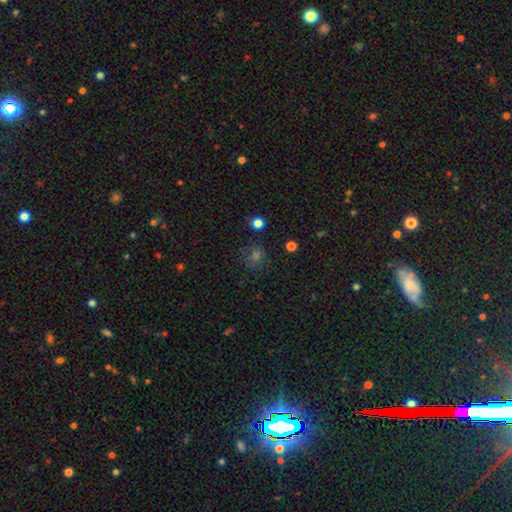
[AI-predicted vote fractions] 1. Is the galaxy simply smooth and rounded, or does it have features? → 57% smooth, 33% star or artifact, 10% featured or disk.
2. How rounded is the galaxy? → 82% round, 16% in between, 1% cigar-shaped.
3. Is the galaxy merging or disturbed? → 77% none, 14% minor disturbance, 6% major disturbance, 3% merger.